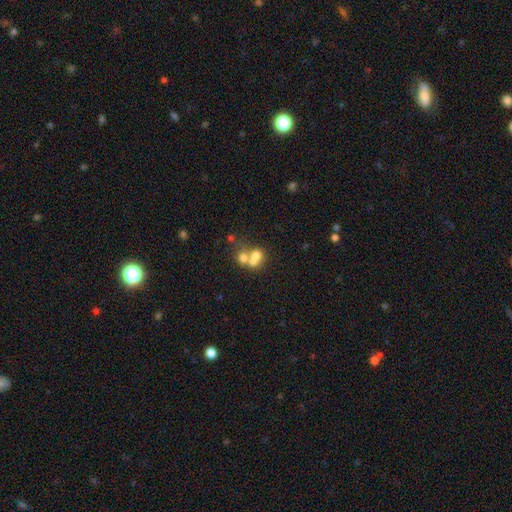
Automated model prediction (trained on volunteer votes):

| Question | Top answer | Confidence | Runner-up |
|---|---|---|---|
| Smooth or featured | smooth | 61% | featured or disk (26%) |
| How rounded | round | 66% | in between (33%) |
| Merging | merger | 65% | none (24%) |